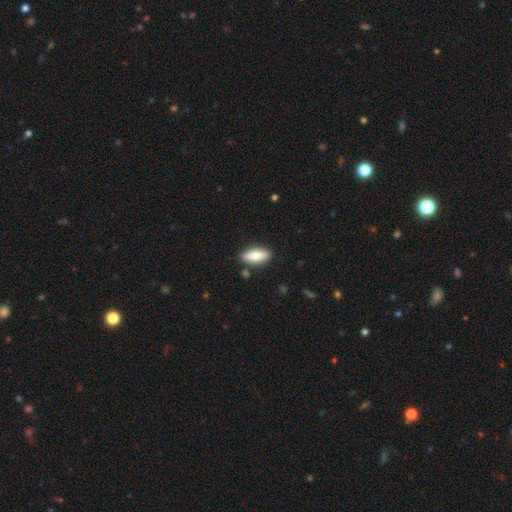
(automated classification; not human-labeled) The model was most divided on "how rounded": in between: 64%, cigar-shaped: 34%, round: 2%. More confident: merging — none (85%); smooth or featured — smooth (72%).